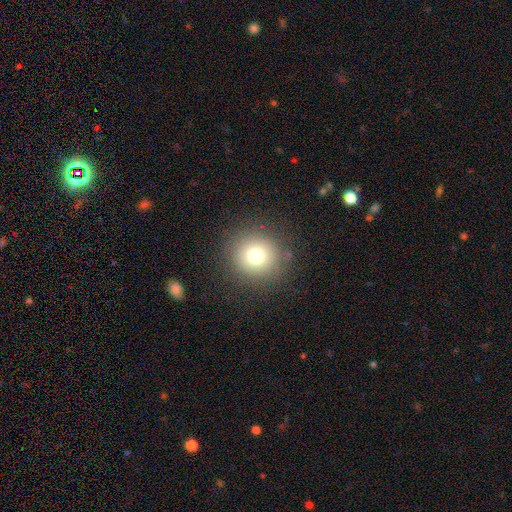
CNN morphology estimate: Smooth or featured: smooth — 75% (star or artifact — 15%)
How rounded: round — 92% (in between — 7%)
Merging: none — 87% (minor disturbance — 8%)